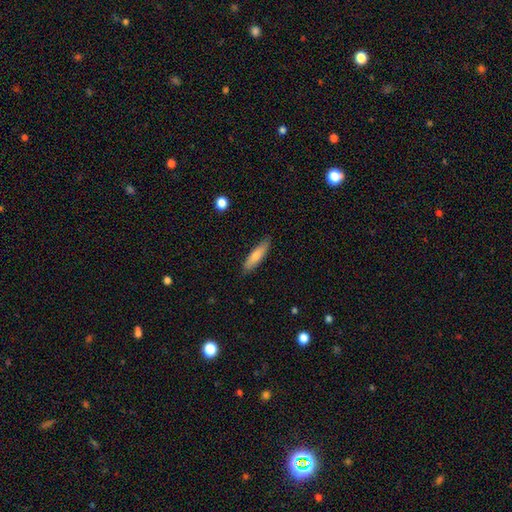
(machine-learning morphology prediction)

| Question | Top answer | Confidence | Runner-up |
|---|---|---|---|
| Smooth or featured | smooth | 77% | featured or disk (17%) |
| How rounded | cigar-shaped | 69% | in between (29%) |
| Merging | none | 85% | minor disturbance (12%) |